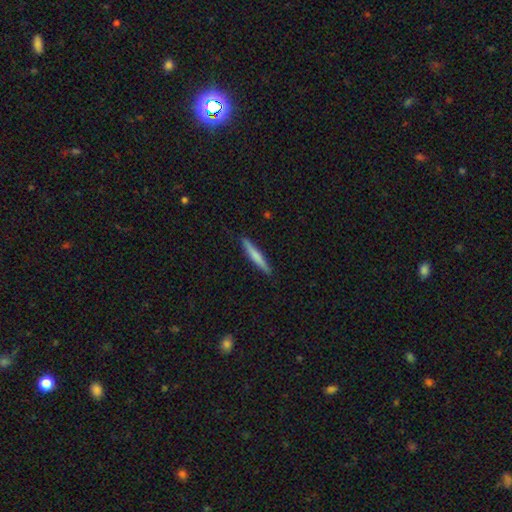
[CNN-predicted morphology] smooth-or-featured: smooth: 66% | featured or disk: 28% | star or artifact: 5%
  how-rounded: cigar-shaped: 95% | in between: 4% | round: 1%
  merging: none: 90% | minor disturbance: 8% | major disturbance: 2% | merger: 1%